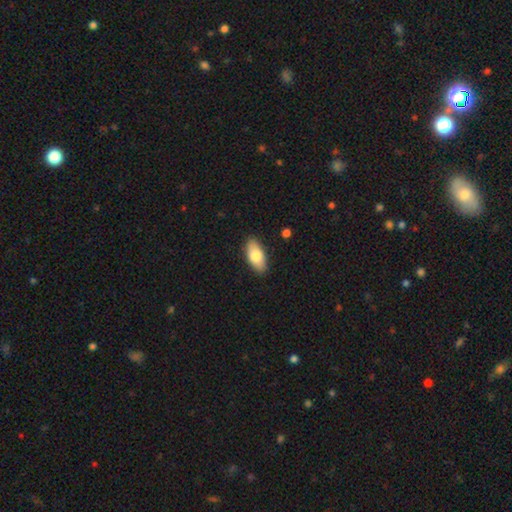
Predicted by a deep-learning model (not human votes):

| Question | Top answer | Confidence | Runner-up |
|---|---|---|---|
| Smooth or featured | smooth | 77% | featured or disk (17%) |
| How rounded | in between | 89% | cigar-shaped (8%) |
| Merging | none | 88% | minor disturbance (9%) |